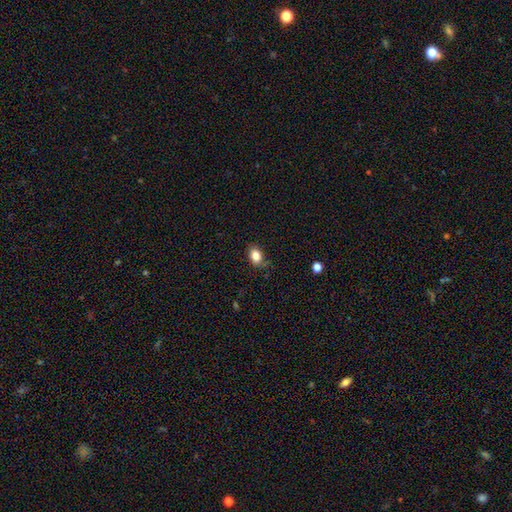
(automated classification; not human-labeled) Q: Smooth or featured?
A: smooth (84%); runner-up: star or artifact (9%)
Q: How rounded?
A: in between (79%); runner-up: round (20%)
Q: Merging?
A: none (77%); runner-up: minor disturbance (18%)